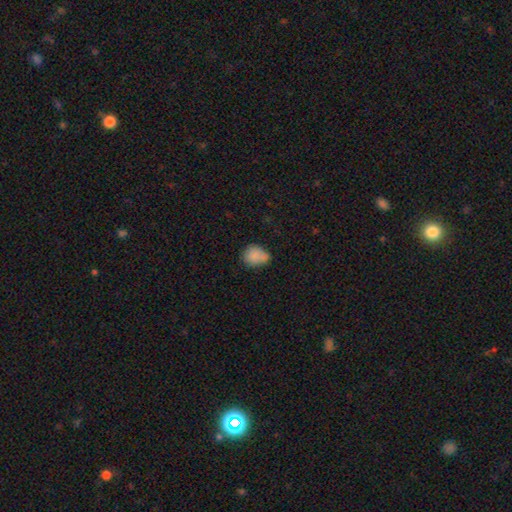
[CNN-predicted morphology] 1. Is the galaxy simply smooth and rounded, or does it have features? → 82% smooth, 10% star or artifact, 8% featured or disk.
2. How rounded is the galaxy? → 53% round, 45% in between, 1% cigar-shaped.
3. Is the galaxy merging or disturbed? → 52% none, 32% minor disturbance, 9% merger, 8% major disturbance.